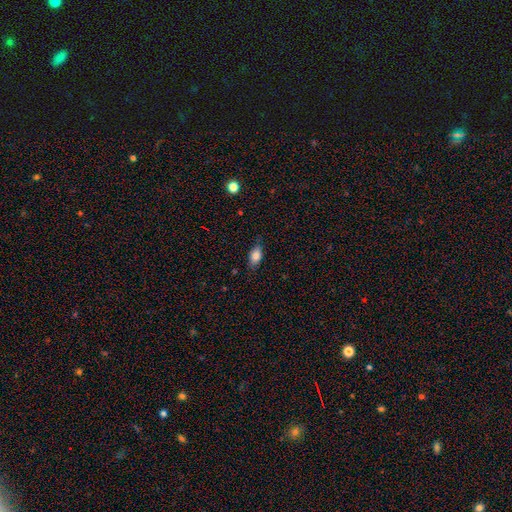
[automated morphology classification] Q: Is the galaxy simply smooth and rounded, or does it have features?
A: smooth — 82%.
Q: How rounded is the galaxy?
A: in between — 87%.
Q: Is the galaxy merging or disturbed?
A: none — 78%.